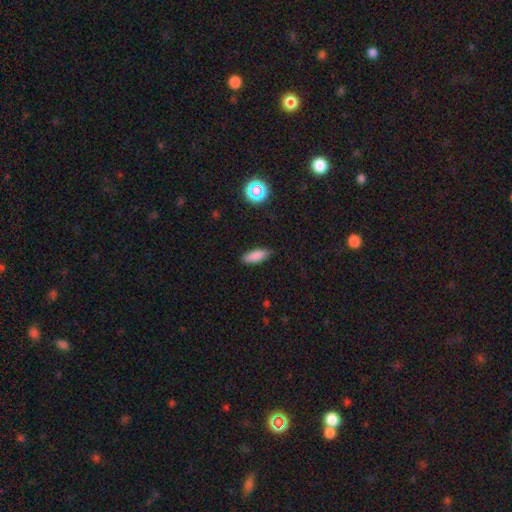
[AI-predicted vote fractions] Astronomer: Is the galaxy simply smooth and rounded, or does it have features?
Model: smooth — 84%.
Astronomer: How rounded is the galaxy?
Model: in between — 69%.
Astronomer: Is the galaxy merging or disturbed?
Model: none — 87%.